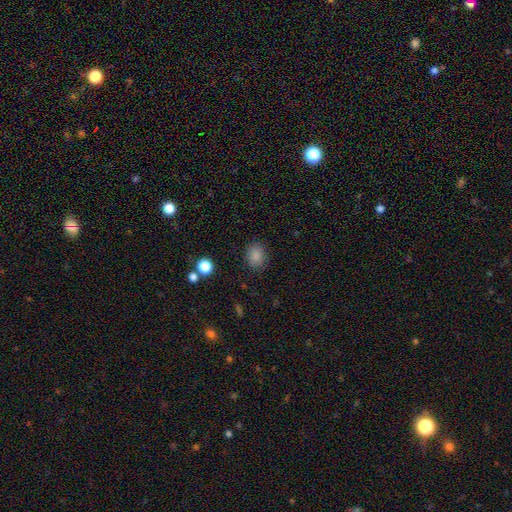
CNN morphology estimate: Smooth or featured?
  - smooth: 85% *
  - star or artifact: 11%
  - featured or disk: 4%
How rounded?
  - in between: 52% *
  - round: 47%
  - cigar-shaped: 1%
Merging?
  - none: 84% *
  - minor disturbance: 11%
  - major disturbance: 3%
  - merger: 1%